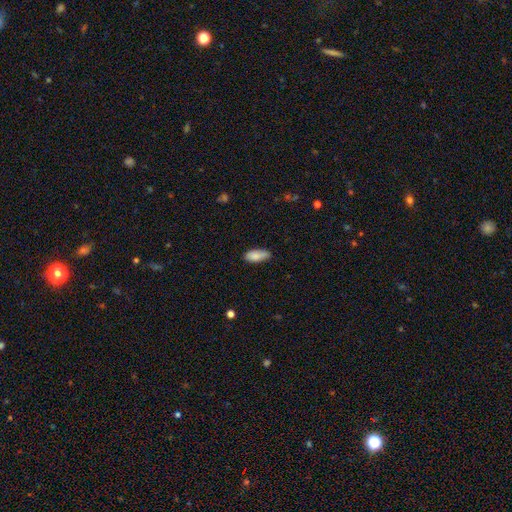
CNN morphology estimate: Q: Smooth or featured?
A: smooth (86%); runner-up: featured or disk (8%)
Q: How rounded?
A: in between (82%); runner-up: cigar-shaped (16%)
Q: Merging?
A: none (69%); runner-up: minor disturbance (25%)